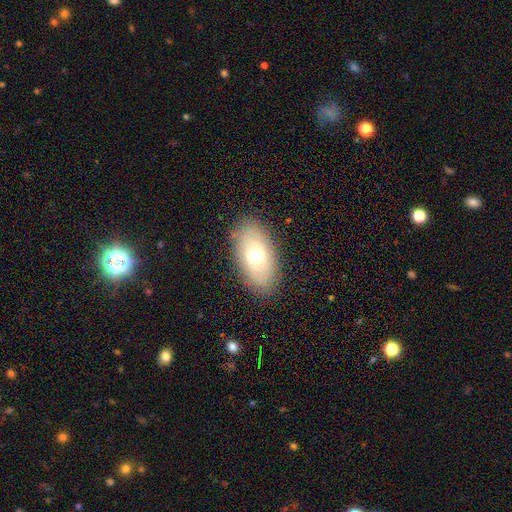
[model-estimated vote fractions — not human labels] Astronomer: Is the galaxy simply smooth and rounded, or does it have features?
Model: smooth — 64%.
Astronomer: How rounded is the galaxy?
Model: in between — 91%.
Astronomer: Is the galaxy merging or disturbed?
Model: none — 85%.